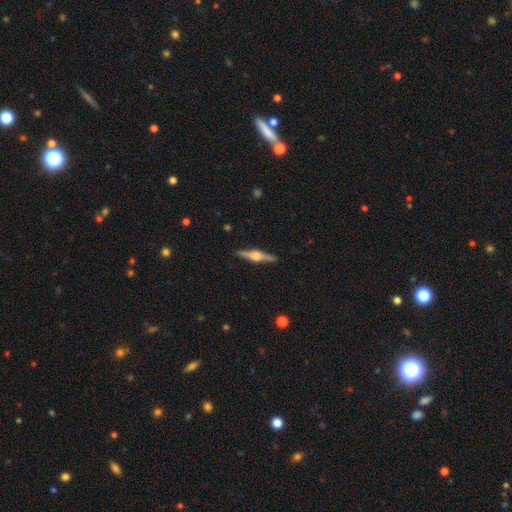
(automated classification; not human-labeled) A featured or disk galaxy (79%) viewed edge-on (98%) with a rounded central bulge (91%).

Vote fractions:
- Smooth or featured? featured or disk: 79% / smooth: 15% / star or artifact: 5%
- Edge-on disk? yes: 98% / no: 2%
- Edge-on bulge? rounded: 91% / boxy: 8% / none: 2%
- Merging? none: 91% / minor disturbance: 7% / major disturbance: 1% / merger: 1%